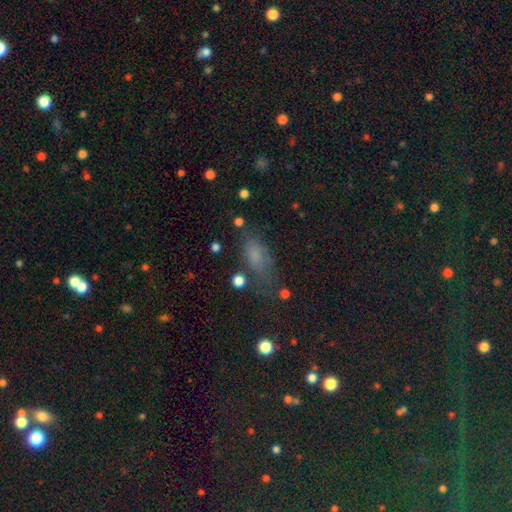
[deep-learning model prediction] Smooth or featured?
  - smooth: 72% *
  - star or artifact: 16%
  - featured or disk: 12%
How rounded?
  - in between: 77% *
  - cigar-shaped: 16%
  - round: 6%
Merging?
  - none: 58% *
  - minor disturbance: 24%
  - major disturbance: 14%
  - merger: 5%